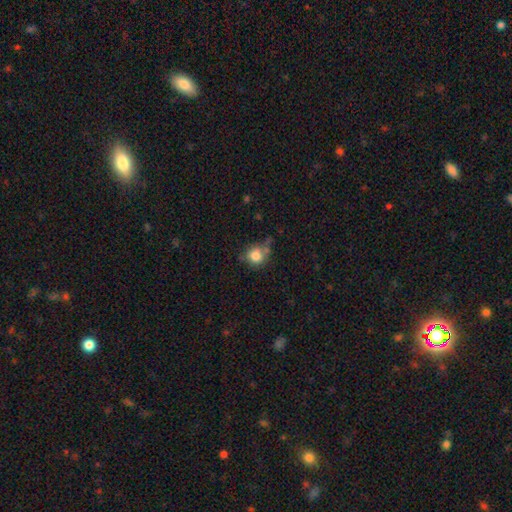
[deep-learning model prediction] Smooth or featured?
  - smooth: 81% *
  - star or artifact: 10%
  - featured or disk: 9%
How rounded?
  - round: 84% *
  - in between: 15%
  - cigar-shaped: 1%
Merging?
  - none: 54% *
  - minor disturbance: 22%
  - merger: 16%
  - major disturbance: 8%